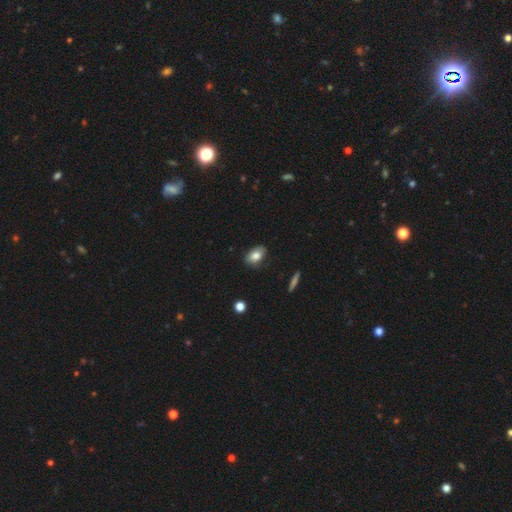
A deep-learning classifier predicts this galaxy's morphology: Smooth or featured? Predicted: smooth (p=0.78). How rounded? Predicted: in between (p=0.86). Merging? Predicted: none (p=0.77).